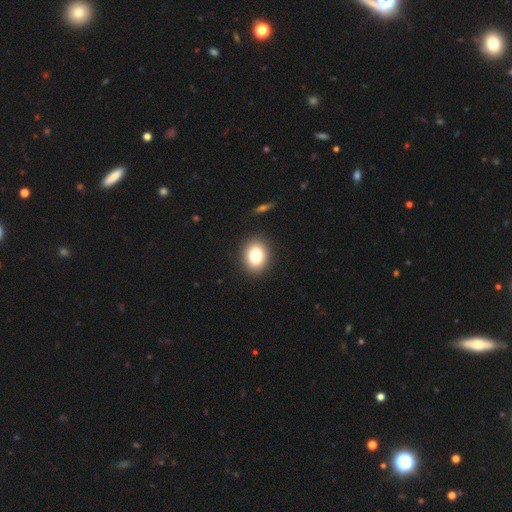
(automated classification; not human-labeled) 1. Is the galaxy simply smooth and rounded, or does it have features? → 80% smooth, 10% star or artifact, 10% featured or disk.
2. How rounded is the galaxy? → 51% in between, 48% round, 1% cigar-shaped.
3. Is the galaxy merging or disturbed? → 90% none, 7% minor disturbance, 2% major disturbance, 1% merger.